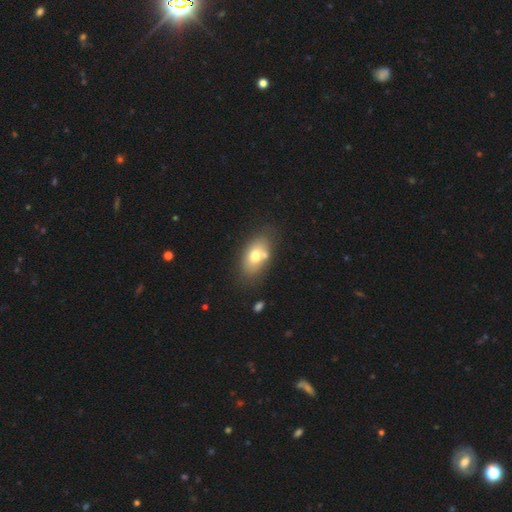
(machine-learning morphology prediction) A smooth galaxy with no disk features (68%) that is in between round and cigar-shaped (87%). Merging: none (67%).